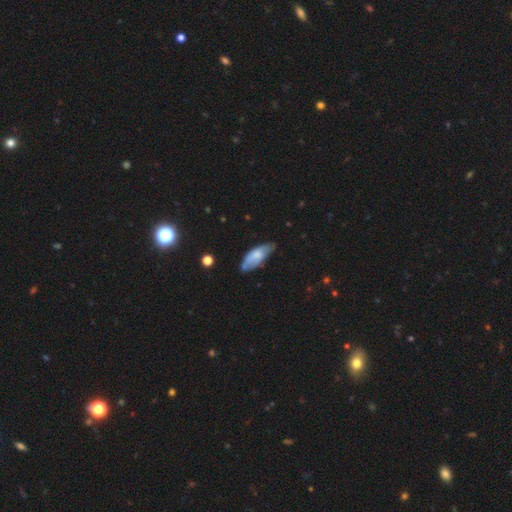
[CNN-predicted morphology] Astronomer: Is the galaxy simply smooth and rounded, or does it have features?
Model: smooth — 62%.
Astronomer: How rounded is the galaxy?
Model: in between — 73%.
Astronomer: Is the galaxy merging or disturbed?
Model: none — 57% (runner-up: minor disturbance, 32%).